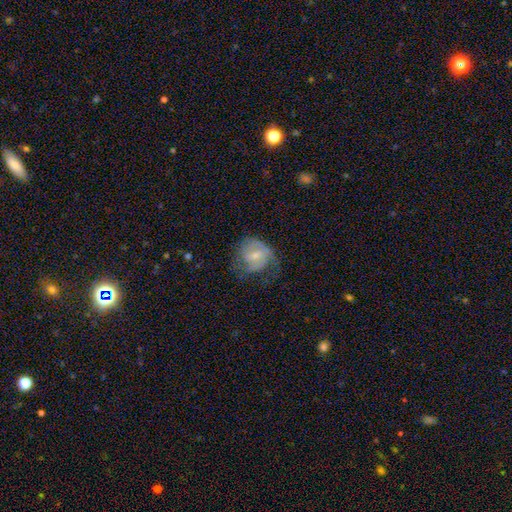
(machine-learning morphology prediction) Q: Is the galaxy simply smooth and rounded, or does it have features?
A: featured or disk — 57%.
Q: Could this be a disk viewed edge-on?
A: no — 97%.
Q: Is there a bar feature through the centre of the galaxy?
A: weak — 49%.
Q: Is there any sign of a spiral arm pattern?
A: yes — 77%.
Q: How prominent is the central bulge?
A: small — 50%.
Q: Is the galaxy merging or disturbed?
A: none — 44%.